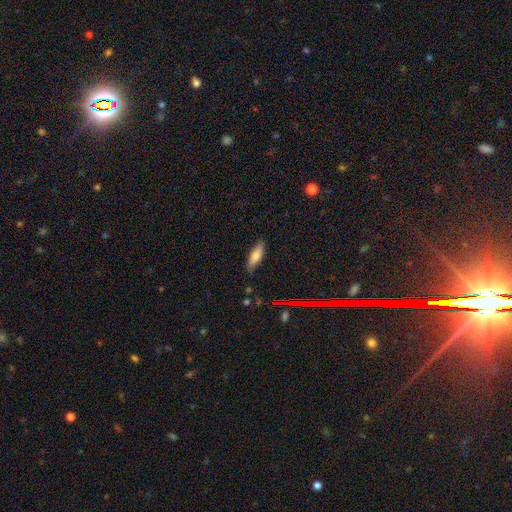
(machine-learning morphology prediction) This appears to be a smooth galaxy with no disk features (73%) that is cigar-shaped (53%). Merging: none (82%).